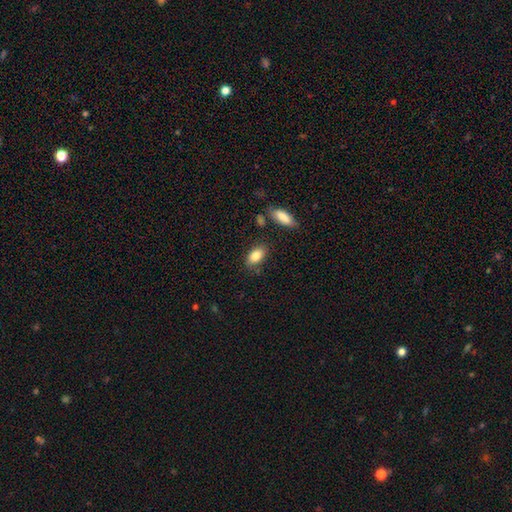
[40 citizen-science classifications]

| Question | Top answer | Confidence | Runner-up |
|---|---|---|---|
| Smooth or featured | smooth | 80% | featured or disk (10%) |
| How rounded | in between | 91% | round (6%) |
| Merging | none | 78% | minor disturbance (14%) |